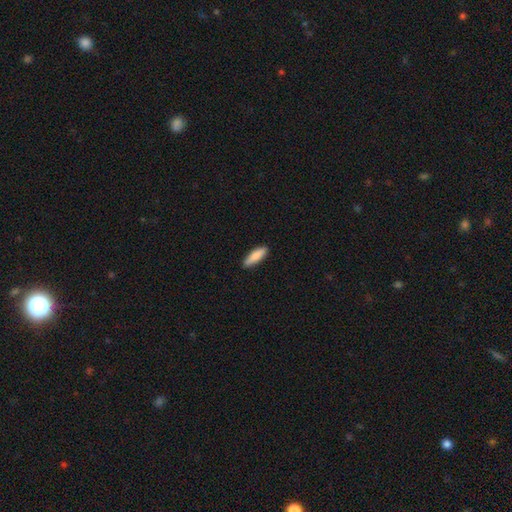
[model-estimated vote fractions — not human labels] smooth_or_featured: smooth (p=0.85) [alt: featured or disk p=0.09]
how_rounded: cigar-shaped (p=0.58) [alt: in between p=0.40]
merging: none (p=0.89) [alt: minor disturbance p=0.09]